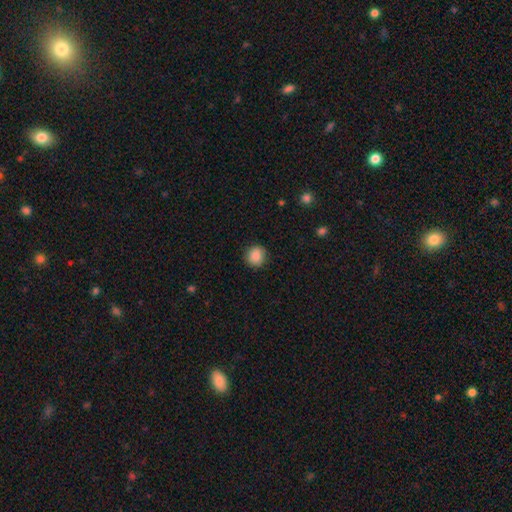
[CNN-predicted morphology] smooth-or-featured: smooth: 88% | star or artifact: 9% | featured or disk: 3%
  how-rounded: round: 90% | in between: 9% | cigar-shaped: 1%
  merging: none: 90% | minor disturbance: 7% | major disturbance: 2% | merger: 1%